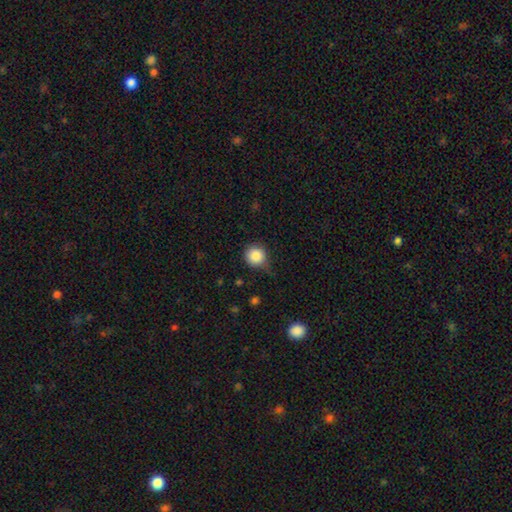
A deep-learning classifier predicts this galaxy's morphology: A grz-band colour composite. It shows a smooth galaxy with no disk features (85%) that is round (93%). Merging: none (70%).